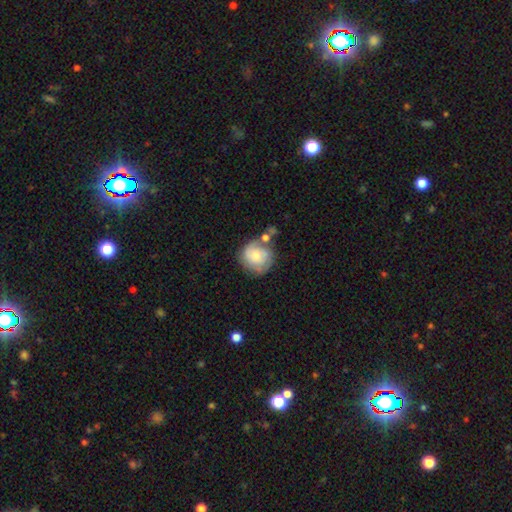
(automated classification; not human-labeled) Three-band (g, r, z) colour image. It shows a smooth galaxy with no disk features (51%) that is round (86%). Merging: none (47%).